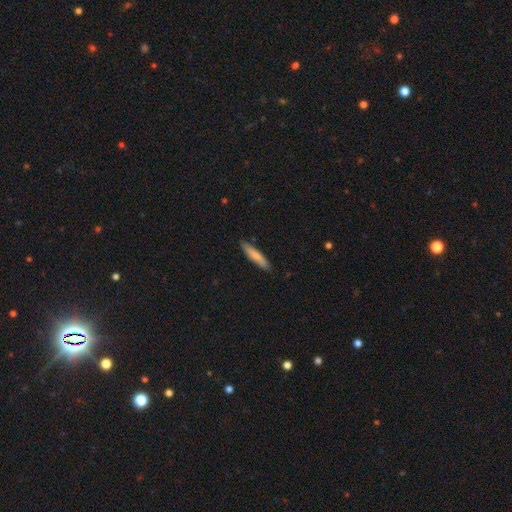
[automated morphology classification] smooth 75%, featured or disk 19%, star or artifact 5%. Down the decision tree: how rounded — cigar-shaped (87%); merging — none (86%).